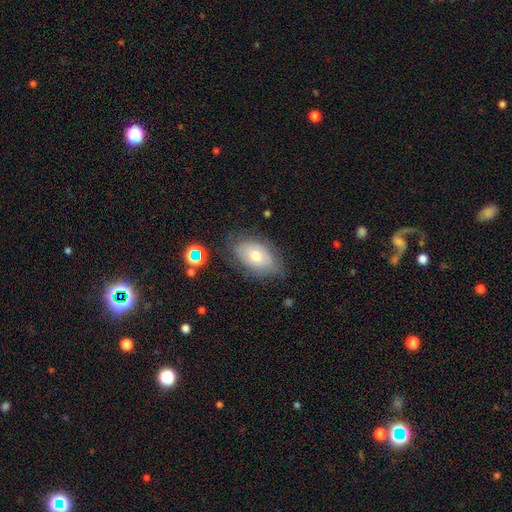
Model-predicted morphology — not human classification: Smooth or featured?
  - smooth: 59% *
  - featured or disk: 31%
  - star or artifact: 10%
How rounded?
  - in between: 88% *
  - round: 10%
  - cigar-shaped: 2%
Merging?
  - none: 68% *
  - minor disturbance: 23%
  - major disturbance: 7%
  - merger: 2%